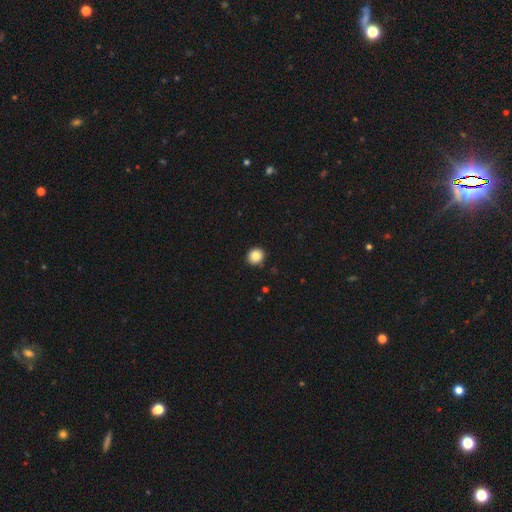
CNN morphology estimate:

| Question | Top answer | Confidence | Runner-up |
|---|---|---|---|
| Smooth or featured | smooth | 86% | star or artifact (10%) |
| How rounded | round | 89% | in between (10%) |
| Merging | none | 91% | minor disturbance (6%) |